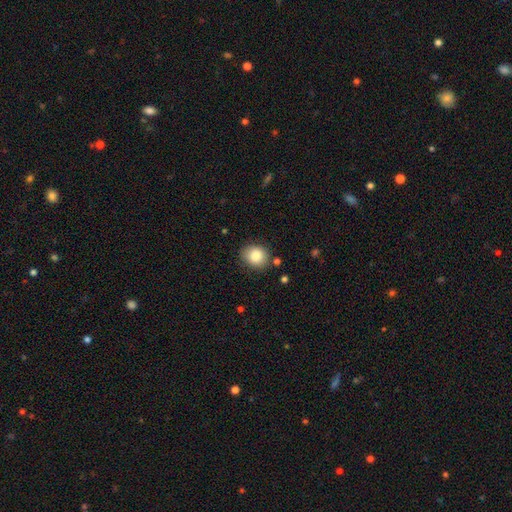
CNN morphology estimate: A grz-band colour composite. It shows a smooth galaxy with no disk features (84%) that is round (71%). Merging: none (84%).